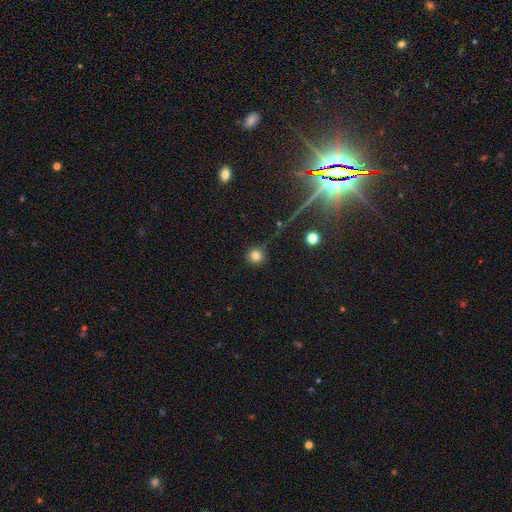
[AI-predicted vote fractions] This is likely a smooth galaxy (79%). How rounded: clearly round (94%). Merging: clearly none (83%).